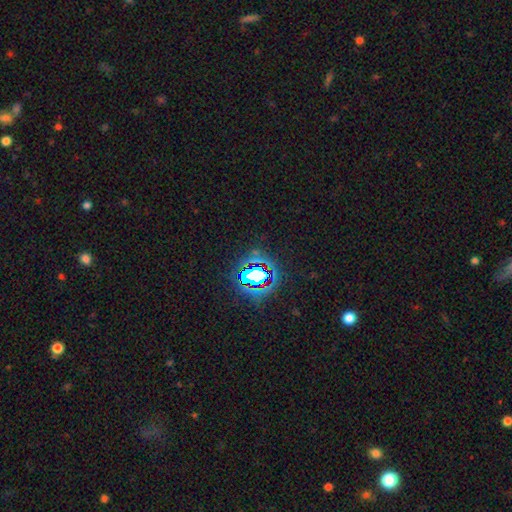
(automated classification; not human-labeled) A star or artifact, not a galaxy (80%).